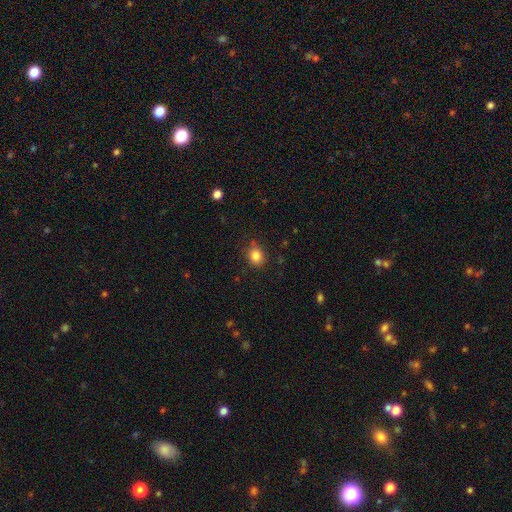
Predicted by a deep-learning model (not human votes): Smooth or featured?
  - smooth: 84% *
  - star or artifact: 11%
  - featured or disk: 5%
How rounded?
  - round: 72% *
  - in between: 28%
  - cigar-shaped: 1%
Merging?
  - none: 83% *
  - minor disturbance: 12%
  - major disturbance: 3%
  - merger: 2%